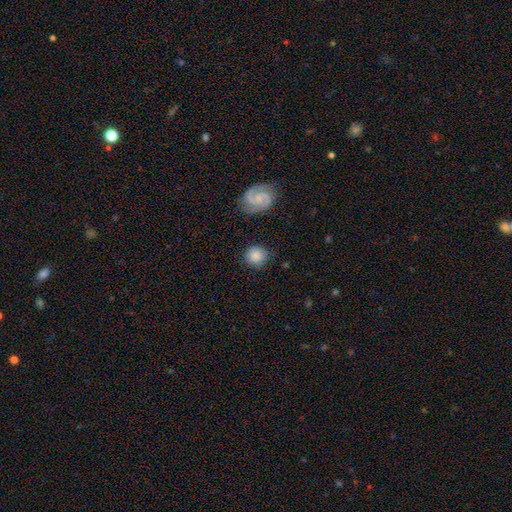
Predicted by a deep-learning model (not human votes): This is likely a smooth galaxy (76%). How rounded: clearly round (89%). Merging: clearly none (82%).